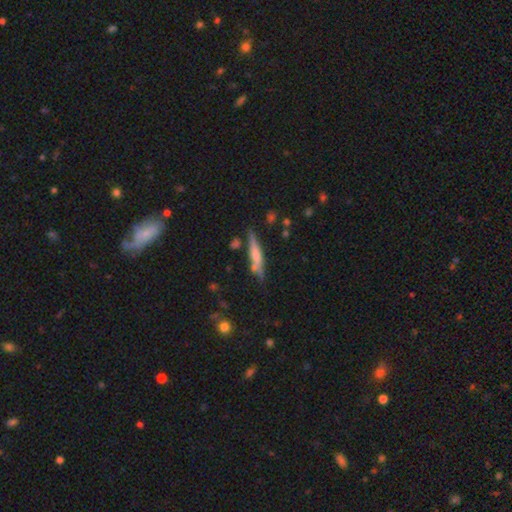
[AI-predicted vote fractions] The model was most divided on "smooth or featured": smooth: 48%, featured or disk: 45%, star or artifact: 8%. More confident: merging — none (72%).